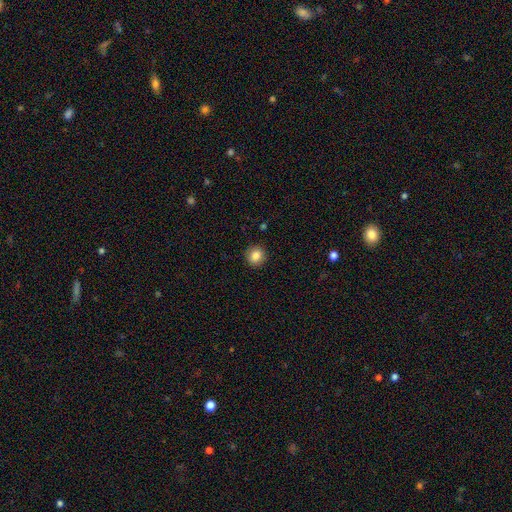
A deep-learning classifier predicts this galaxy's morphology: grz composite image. It shows a smooth galaxy with no disk features (85%) that is round (91%). Merging: none (91%).